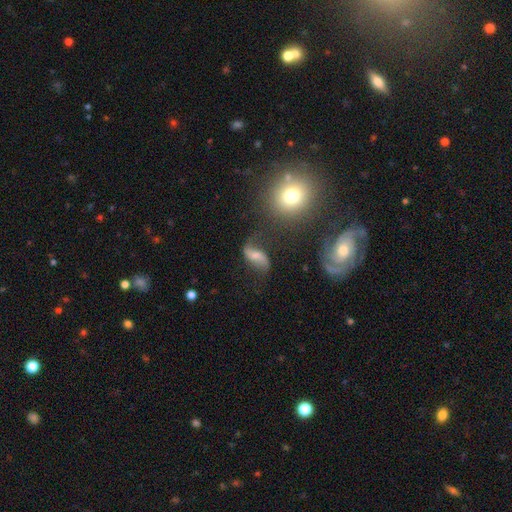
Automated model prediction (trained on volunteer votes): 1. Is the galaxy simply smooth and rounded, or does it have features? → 71% featured or disk, 20% smooth, 9% star or artifact.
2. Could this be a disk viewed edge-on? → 95% no, 5% yes.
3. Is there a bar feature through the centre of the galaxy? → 41% weak, 39% no, 20% strong.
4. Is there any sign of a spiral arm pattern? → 91% yes, 9% no.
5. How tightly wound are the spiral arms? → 87% loose, 10% medium, 3% tight.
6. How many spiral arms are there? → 91% 2, 3% 1, 3% can't tell, 1% 3, 1% 4, 1% more than 4.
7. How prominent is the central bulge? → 39% small, 30% moderate, 24% none, 5% large, 2% dominant.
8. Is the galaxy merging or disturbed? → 58% none, 21% minor disturbance, 15% major disturbance, 6% merger.